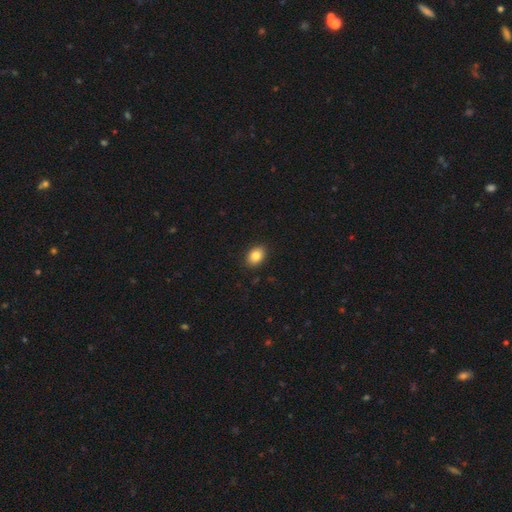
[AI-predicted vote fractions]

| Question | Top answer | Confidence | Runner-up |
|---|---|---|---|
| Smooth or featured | smooth | 84% | star or artifact (9%) |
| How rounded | in between | 74% | round (25%) |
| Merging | none | 89% | minor disturbance (8%) |